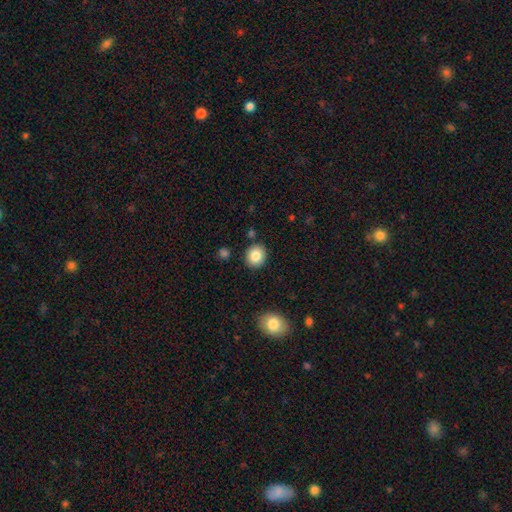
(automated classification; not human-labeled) This appears to be a smooth galaxy with no disk features (85%) that is round (81%). Merging: none (88%).